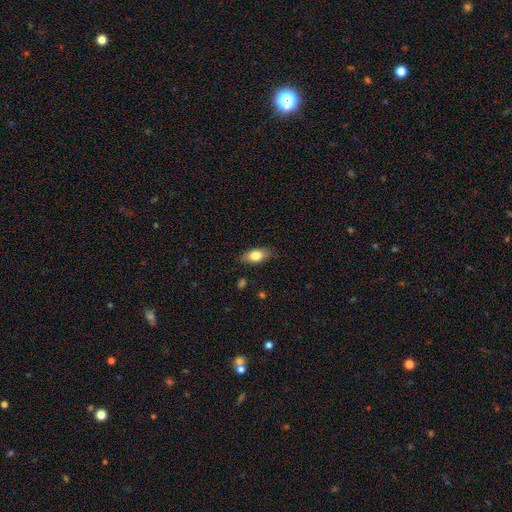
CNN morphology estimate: type=smooth (79%); roundness=in between (86%); merging=none (83%).